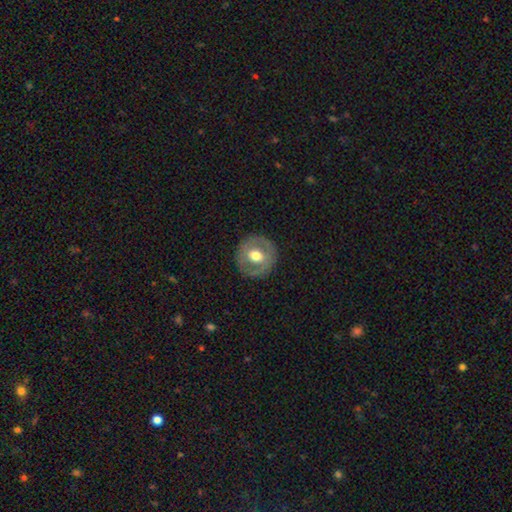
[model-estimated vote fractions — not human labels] The model was most divided on "smooth or featured": featured or disk: 48%, smooth: 45%, star or artifact: 6%. More confident: merging — none (86%).